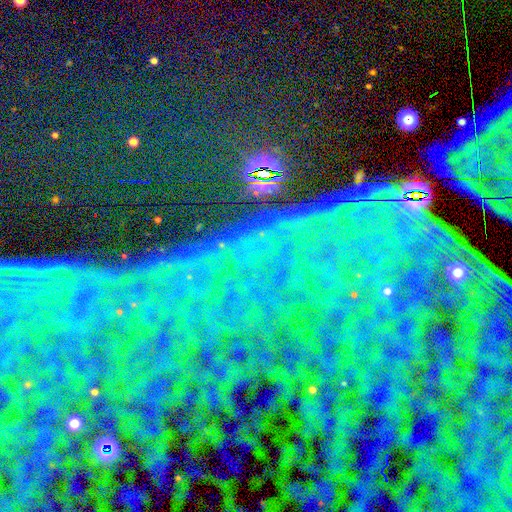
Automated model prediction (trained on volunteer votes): smooth_or_featured: star or artifact (p=0.85) [alt: featured or disk p=0.08]